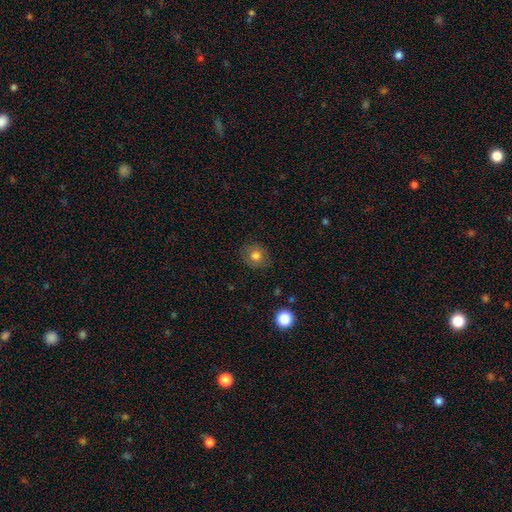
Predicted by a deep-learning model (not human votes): Smooth or featured? Predicted: smooth (p=0.76). How rounded? Predicted: round (p=0.72). Merging? Predicted: none (p=0.83).